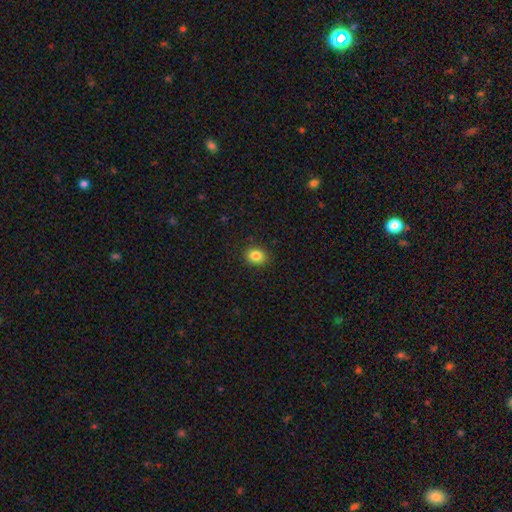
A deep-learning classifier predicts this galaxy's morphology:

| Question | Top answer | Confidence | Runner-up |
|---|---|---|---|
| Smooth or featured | smooth | 85% | star or artifact (10%) |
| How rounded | round | 55% | in between (44%) |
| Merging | none | 89% | minor disturbance (8%) |